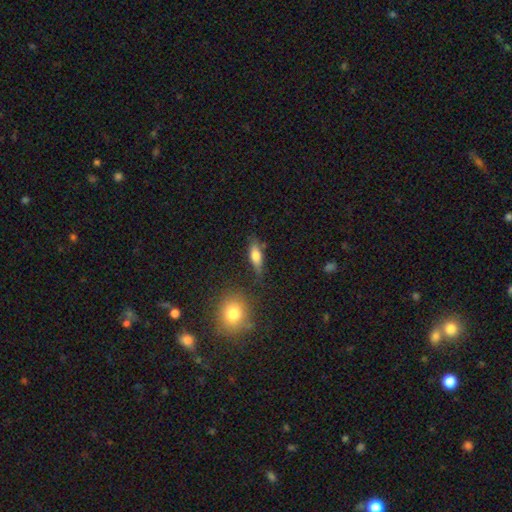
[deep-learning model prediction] Smooth or featured? Predicted: smooth (p=0.69). How rounded? Predicted: in between (p=0.57). Merging? Predicted: none (p=0.72).